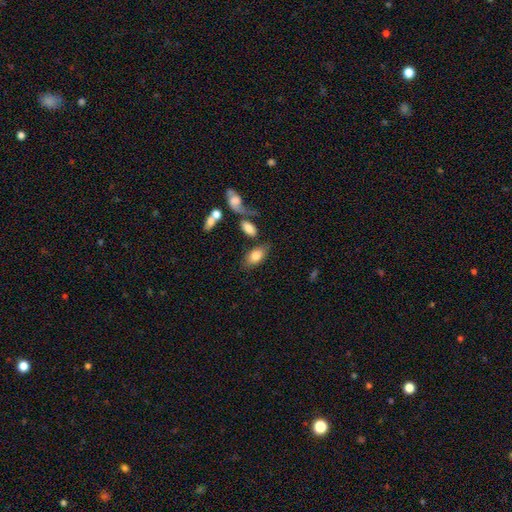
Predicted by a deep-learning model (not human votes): Smooth or featured: smooth — 78% (featured or disk — 15%)
How rounded: in between — 91% (round — 6%)
Merging: none — 66% (minor disturbance — 15%)